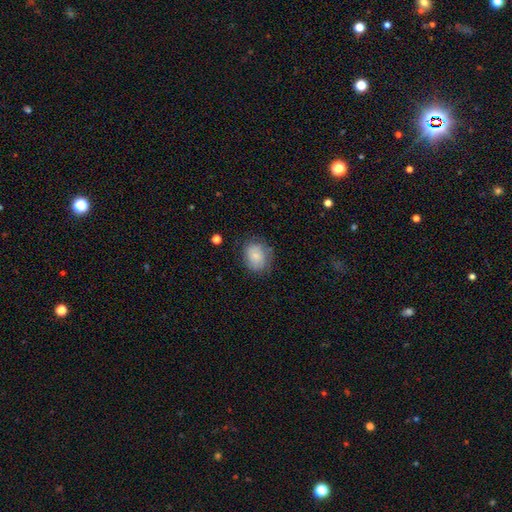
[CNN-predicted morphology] smooth-or-featured: smooth: 77% | featured or disk: 15% | star or artifact: 8%
  how-rounded: round: 50% | in between: 49% | cigar-shaped: 1%
  merging: none: 69% | minor disturbance: 22% | major disturbance: 8% | merger: 1%